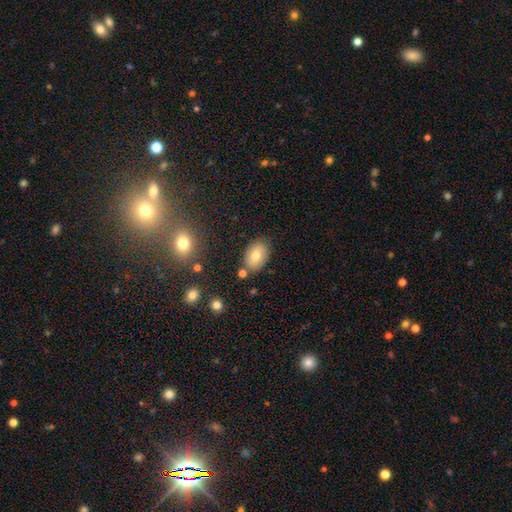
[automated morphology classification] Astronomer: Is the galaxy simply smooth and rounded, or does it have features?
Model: smooth — 76%.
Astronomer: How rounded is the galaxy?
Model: in between — 86%.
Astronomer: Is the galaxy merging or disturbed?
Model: none — 79%.